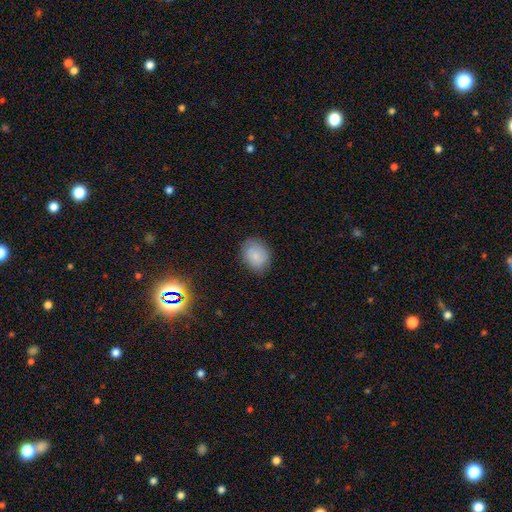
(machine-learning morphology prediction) The model was most divided on "how rounded": in between: 60%, round: 39%, cigar-shaped: 1%. More confident: smooth or featured — smooth (81%); merging — none (79%).